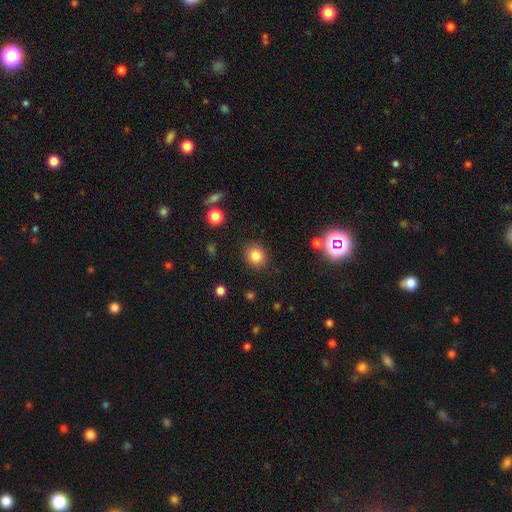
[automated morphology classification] A smooth galaxy with no disk features (83%) that is round (84%). Merging: none (89%).